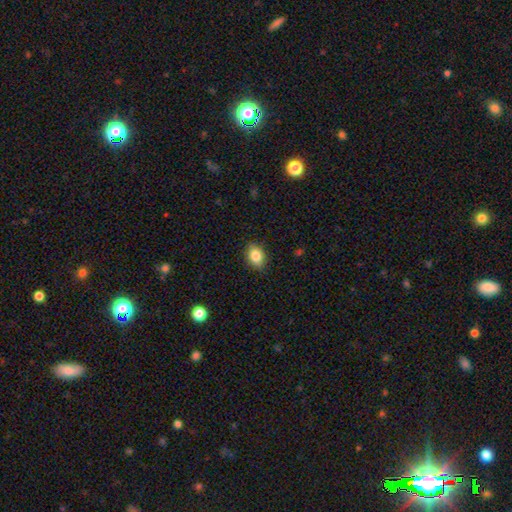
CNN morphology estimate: Smooth or featured?
  - smooth: 84% *
  - star or artifact: 9%
  - featured or disk: 8%
How rounded?
  - in between: 72% *
  - round: 26%
  - cigar-shaped: 2%
Merging?
  - none: 86% *
  - minor disturbance: 11%
  - major disturbance: 2%
  - merger: 1%